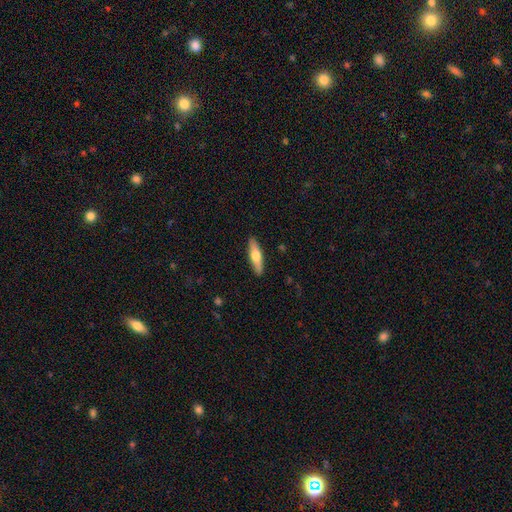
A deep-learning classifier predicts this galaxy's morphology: This is possibly a smooth galaxy (58%). How rounded: likely cigar-shaped (70%). Merging: clearly none (90%).